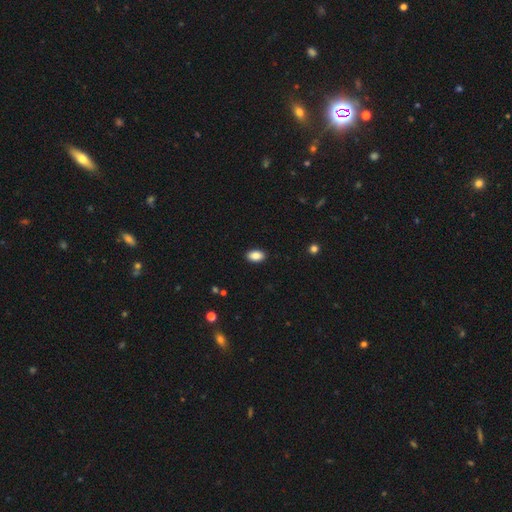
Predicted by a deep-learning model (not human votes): A smooth galaxy with no disk features (88%) that is in between round and cigar-shaped (91%). Merging: none (90%).